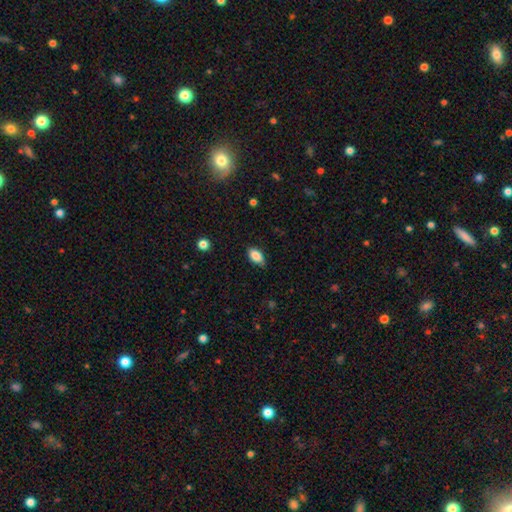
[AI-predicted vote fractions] smooth 86%, star or artifact 8%, featured or disk 7%. Down the decision tree: how rounded — in between (92%); merging — none (78%).